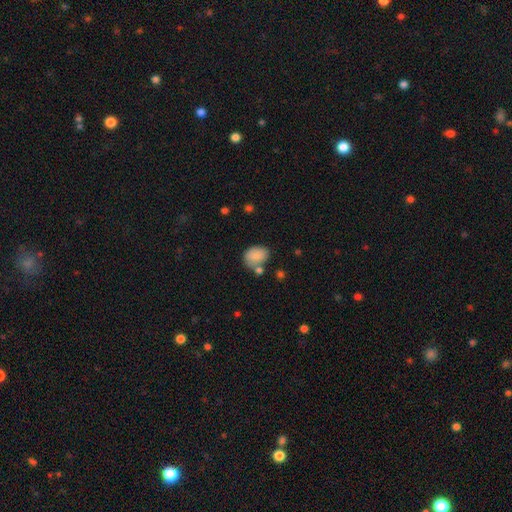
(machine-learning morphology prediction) A smooth galaxy with no disk features (84%) that is in between round and cigar-shaped (70%). Merging: none (59%).